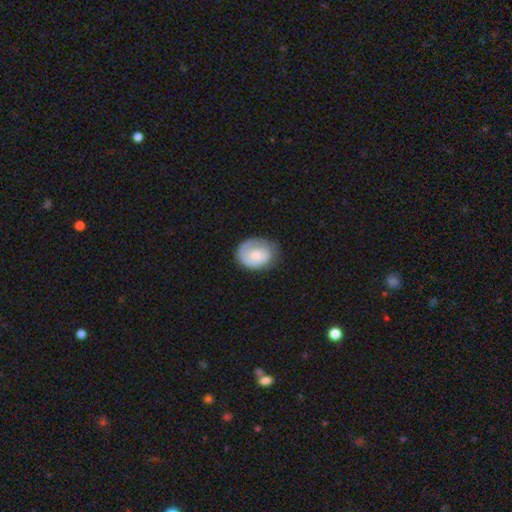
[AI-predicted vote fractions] Q: Smooth or featured?
A: smooth (57%); runner-up: featured or disk (37%)
Q: How rounded?
A: in between (50%); runner-up: round (49%)
Q: Merging?
A: none (61%); runner-up: minor disturbance (27%)